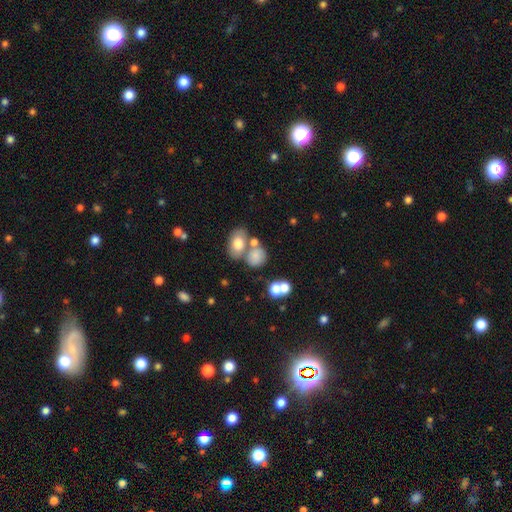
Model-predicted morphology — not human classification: type=smooth (73%); roundness=round (51%); merging=none (44%).